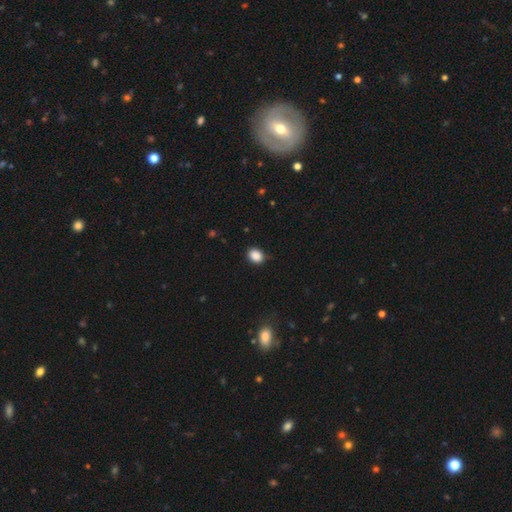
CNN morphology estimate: smooth-or-featured: smooth: 88% | star or artifact: 9% | featured or disk: 3%
  how-rounded: in between: 58% | round: 41% | cigar-shaped: 1%
  merging: none: 79% | minor disturbance: 16% | major disturbance: 3% | merger: 1%